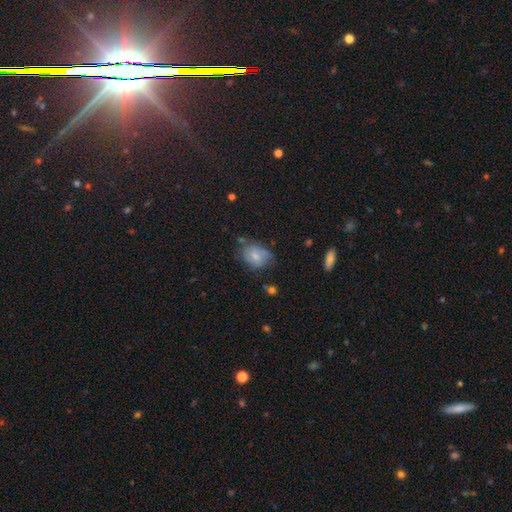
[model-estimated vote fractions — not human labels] smooth-or-featured: smooth: 66% | featured or disk: 25% | star or artifact: 9%
  how-rounded: in between: 64% | round: 34% | cigar-shaped: 1%
  merging: none: 52% | minor disturbance: 32% | major disturbance: 11% | merger: 4%